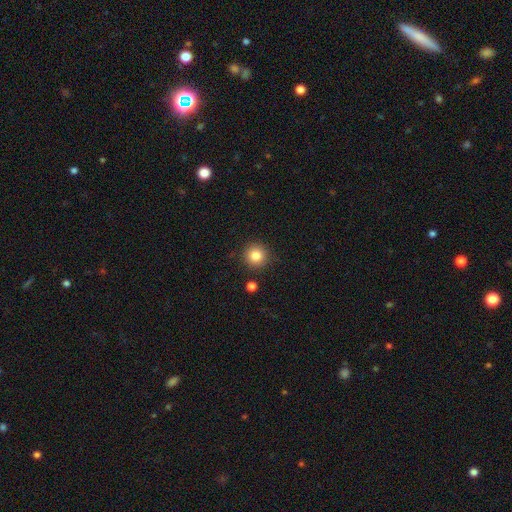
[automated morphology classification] smooth-or-featured: smooth: 84% | star or artifact: 11% | featured or disk: 6%
  how-rounded: round: 95% | in between: 4% | cigar-shaped: 1%
  merging: none: 89% | minor disturbance: 6% | merger: 3% | major disturbance: 2%